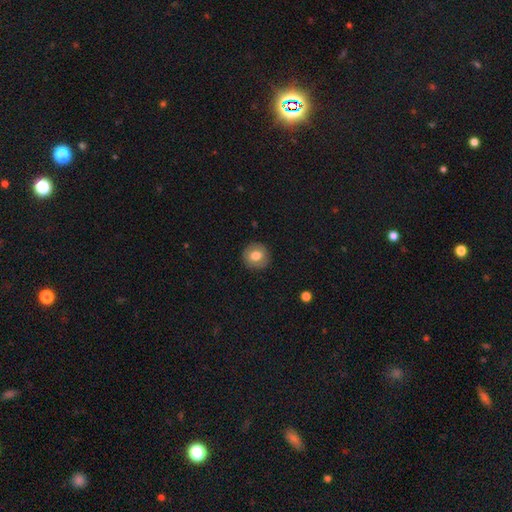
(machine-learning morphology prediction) A smooth galaxy with no disk features (71%) that is round (88%). Merging: none (88%).